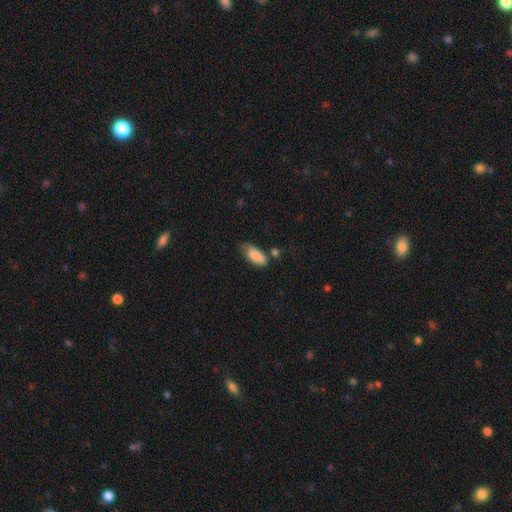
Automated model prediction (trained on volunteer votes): Overall: smooth (87%). How rounded: in between (87%). Merging: none (50%; minor disturbance 35%).